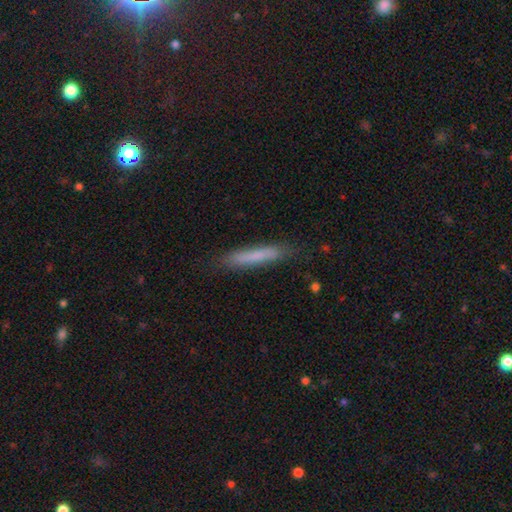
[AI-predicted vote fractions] Smooth or featured?
  - smooth: 71% *
  - featured or disk: 22%
  - star or artifact: 7%
How rounded?
  - cigar-shaped: 93% *
  - in between: 5%
  - round: 1%
Merging?
  - none: 83% *
  - minor disturbance: 13%
  - major disturbance: 3%
  - merger: 1%